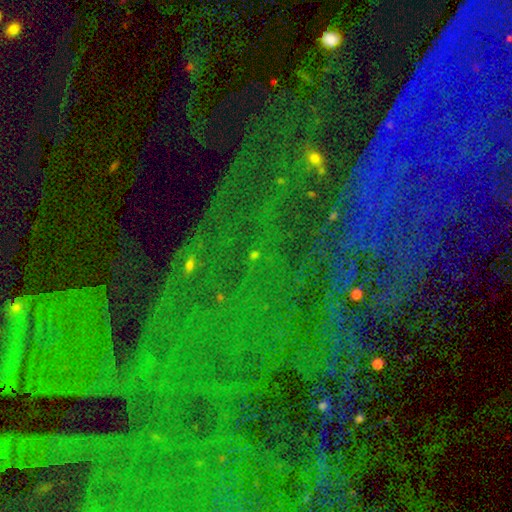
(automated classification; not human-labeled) Smooth or featured? star or artifact (81%)